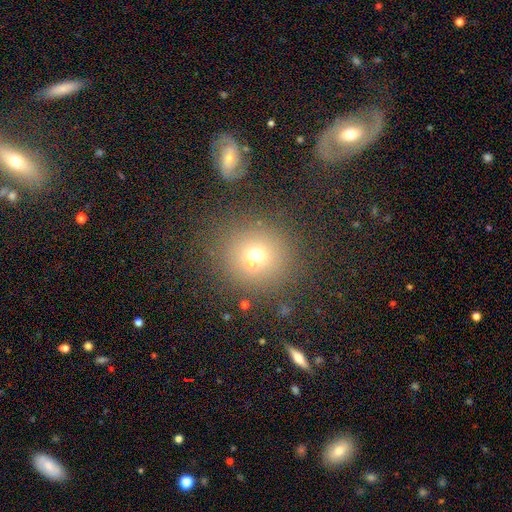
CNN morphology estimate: A smooth galaxy with no disk features (64%) that is round (88%). Merging: none (56%).